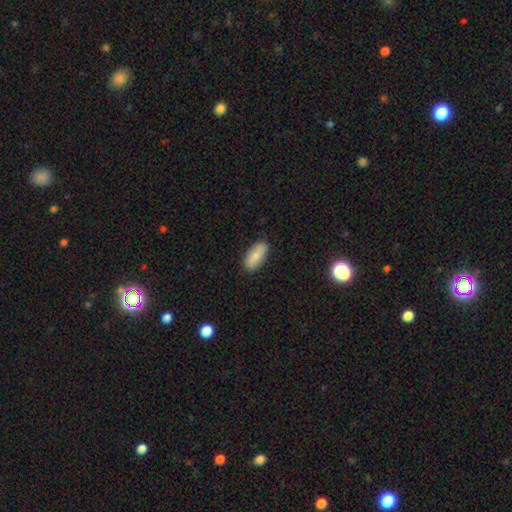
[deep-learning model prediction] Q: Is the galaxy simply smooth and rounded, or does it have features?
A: smooth — 75%.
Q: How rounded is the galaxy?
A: in between — 88%.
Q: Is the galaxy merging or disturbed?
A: none — 86%.